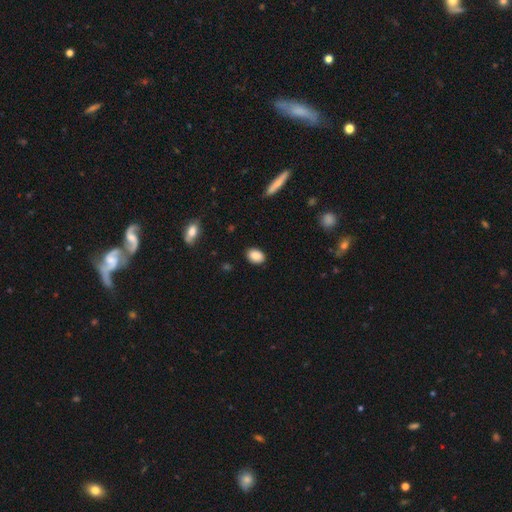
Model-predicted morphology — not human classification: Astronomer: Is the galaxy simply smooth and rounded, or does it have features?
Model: smooth — 88%.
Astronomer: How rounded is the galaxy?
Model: in between — 80%.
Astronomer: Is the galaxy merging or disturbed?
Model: none — 87%.